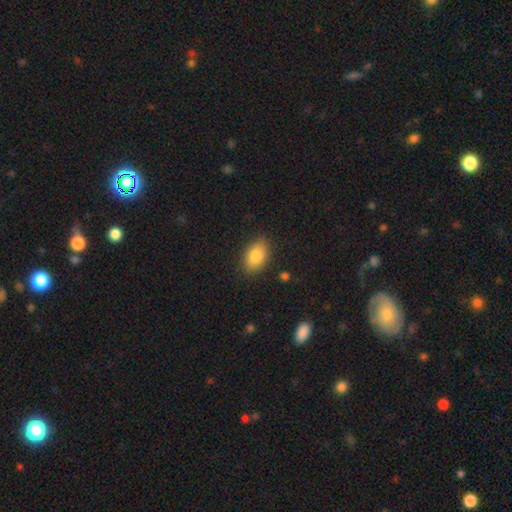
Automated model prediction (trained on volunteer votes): The model was most divided on "smooth or featured": smooth: 83%, featured or disk: 9%, star or artifact: 8%. More confident: how rounded — in between (88%); merging — none (85%).